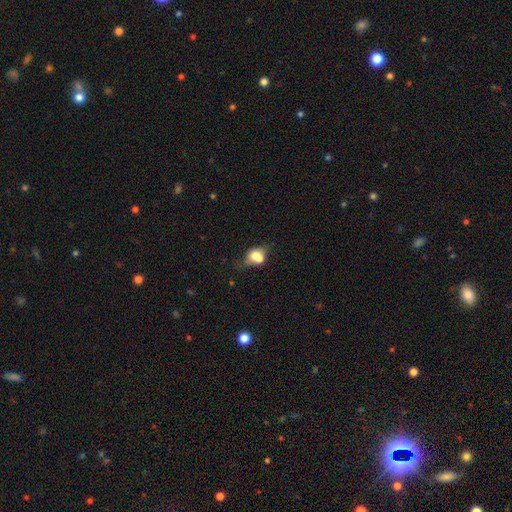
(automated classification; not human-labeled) Smooth or featured? smooth (64%)
How rounded? in between (58%)
Merging? merger (37%, tied with none)